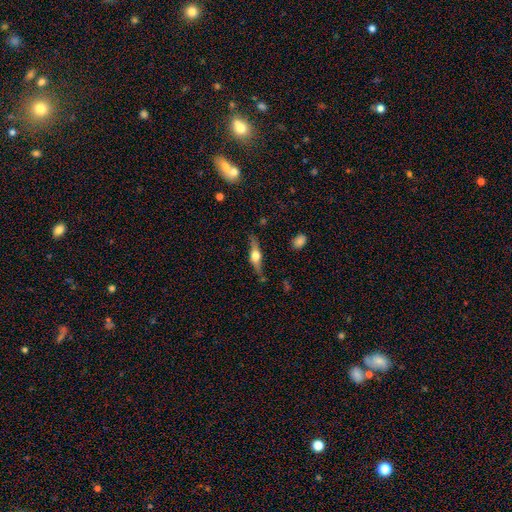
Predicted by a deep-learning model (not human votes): Q: Smooth or featured?
A: featured or disk (61%); runner-up: smooth (32%)
Q: Edge-on disk?
A: yes (93%); runner-up: no (7%)
Q: Edge-on bulge?
A: rounded (94%); runner-up: boxy (4%)
Q: Merging?
A: none (78%); runner-up: minor disturbance (15%)